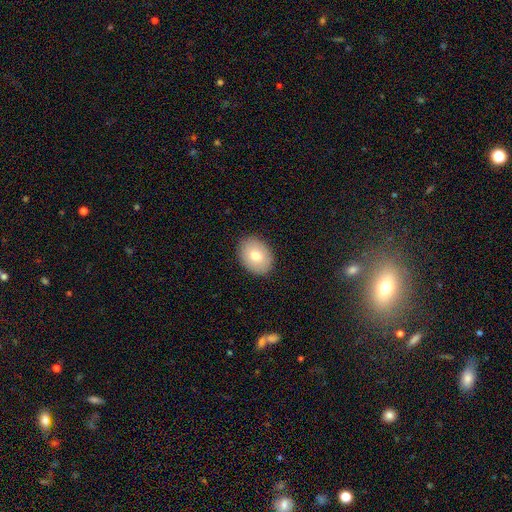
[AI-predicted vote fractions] A smooth galaxy with no disk features (75%) that is in between round and cigar-shaped (69%).

Vote fractions:
- Smooth or featured? smooth: 75% / featured or disk: 17% / star or artifact: 7%
- How rounded? in between: 69% / round: 30% / cigar-shaped: 1%
- Merging? none: 89% / minor disturbance: 8% / major disturbance: 2% / merger: 1%